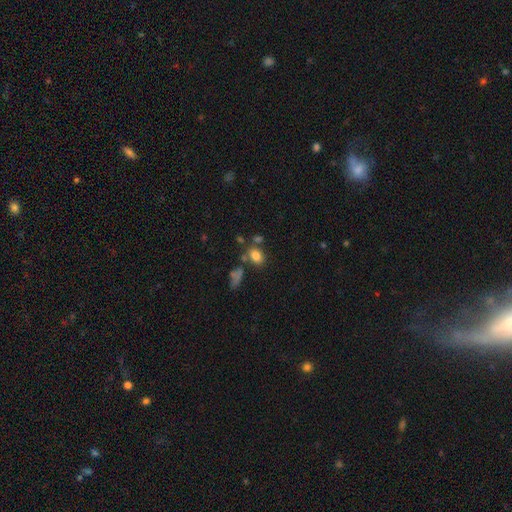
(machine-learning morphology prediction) Smooth or featured: smooth — 79% (star or artifact — 12%)
How rounded: in between — 70% (round — 28%)
Merging: none — 63% (merger — 17%)